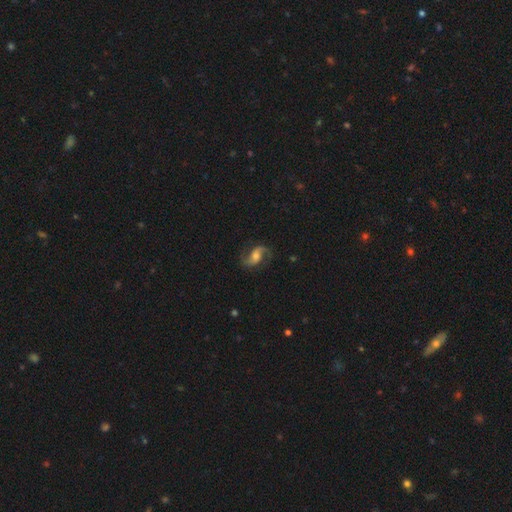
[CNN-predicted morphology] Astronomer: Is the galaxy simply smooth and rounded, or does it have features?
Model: featured or disk — 83%.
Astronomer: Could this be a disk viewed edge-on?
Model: no — 97%.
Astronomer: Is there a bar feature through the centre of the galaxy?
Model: no — 45% (runner-up: weak, 40%).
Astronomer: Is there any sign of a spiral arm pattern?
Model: yes — 96%.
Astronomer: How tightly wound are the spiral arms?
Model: loose — 56% (runner-up: medium, 36%).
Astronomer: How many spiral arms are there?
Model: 2 — 93%.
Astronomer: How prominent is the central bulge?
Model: moderate — 52%.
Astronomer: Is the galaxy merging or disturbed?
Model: none — 78%.